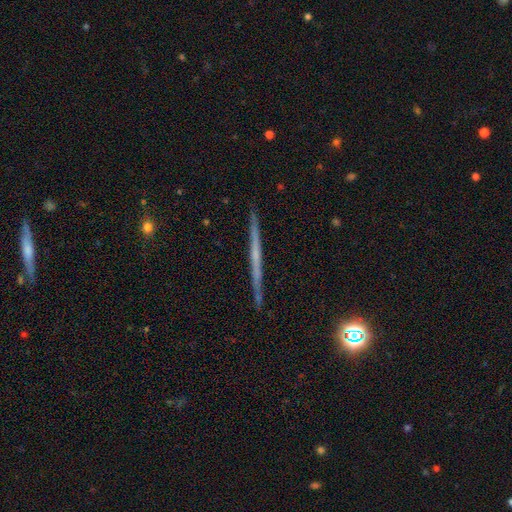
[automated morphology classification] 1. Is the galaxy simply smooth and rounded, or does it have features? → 69% featured or disk, 23% smooth, 8% star or artifact.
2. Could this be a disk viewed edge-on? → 98% yes, 2% no.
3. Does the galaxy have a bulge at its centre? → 71% none, 22% rounded, 6% boxy.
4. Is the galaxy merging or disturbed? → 92% none, 5% minor disturbance, 1% major disturbance, 1% merger.